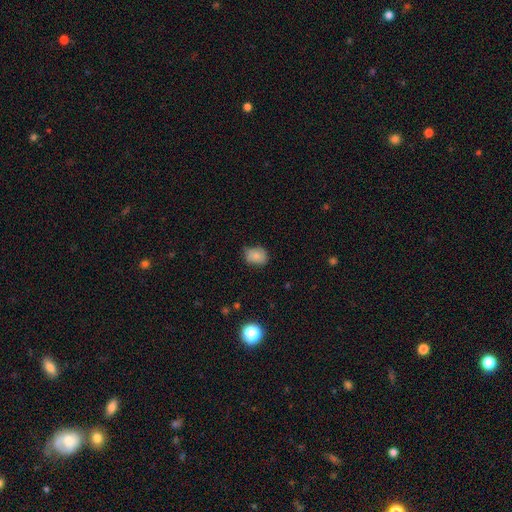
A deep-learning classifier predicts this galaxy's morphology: A smooth galaxy with no disk features (80%) that is round (52%). Merging: none (63%).